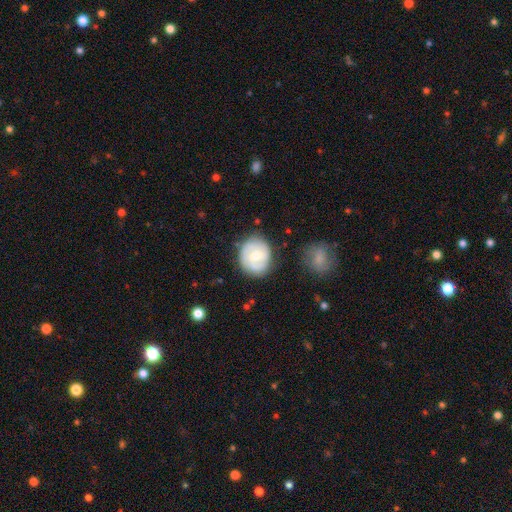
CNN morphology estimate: This appears to be a featured or disk galaxy (49%). Merging: none (72%).